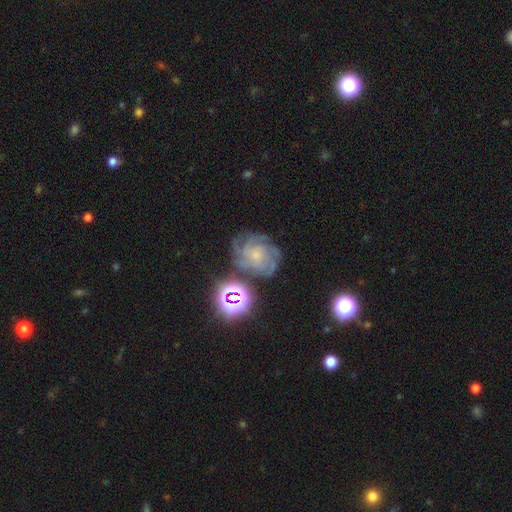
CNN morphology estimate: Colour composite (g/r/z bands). It shows a featured or disk galaxy (73%) with no bar (72%), 4 (27%, tied with can't tell) tight (60%) spiral arms (95%) and a small central bulge (62%). Merging: none (69%).